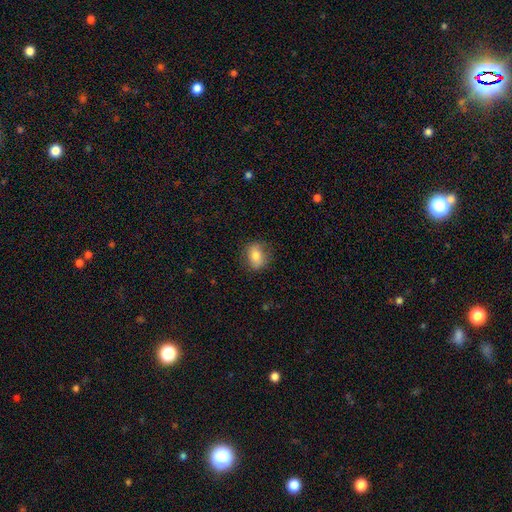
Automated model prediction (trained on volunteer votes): This appears to be a smooth galaxy with no disk features (77%) that is in between round and cigar-shaped (58%). Merging: none (80%).